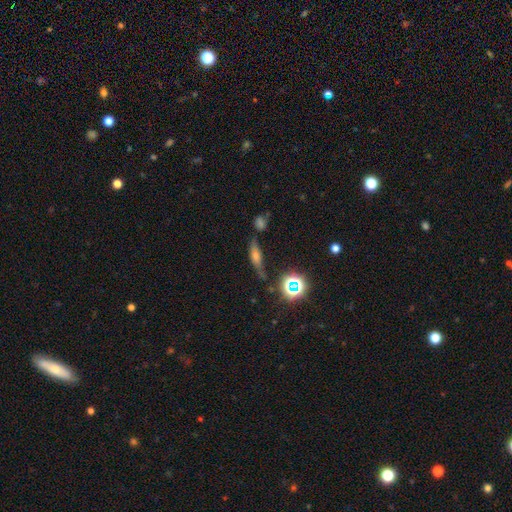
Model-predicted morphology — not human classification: Smooth or featured? smooth (43%)
Merging? none (68%)